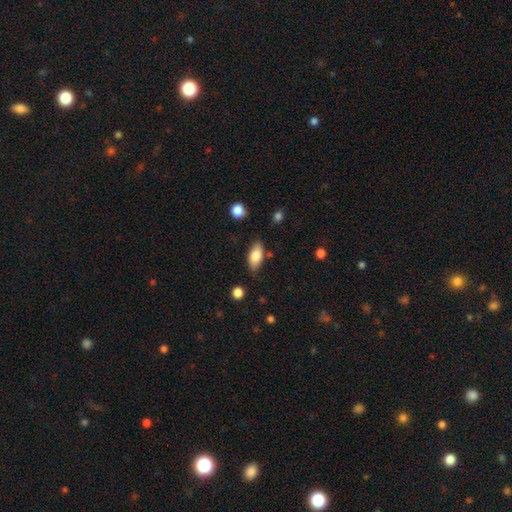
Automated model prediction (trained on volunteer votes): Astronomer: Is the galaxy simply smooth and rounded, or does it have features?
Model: smooth — 80%.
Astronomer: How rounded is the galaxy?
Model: in between — 89%.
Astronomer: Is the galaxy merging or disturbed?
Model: none — 80%.